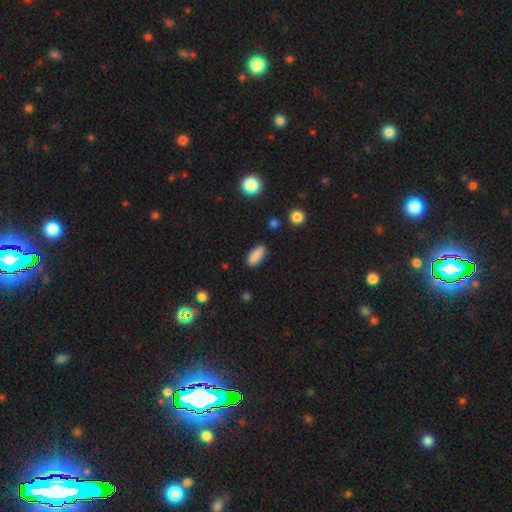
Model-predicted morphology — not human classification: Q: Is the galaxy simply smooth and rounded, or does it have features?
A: smooth — 87%.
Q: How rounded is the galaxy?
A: in between — 75%.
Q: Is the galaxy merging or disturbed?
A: none — 86%.